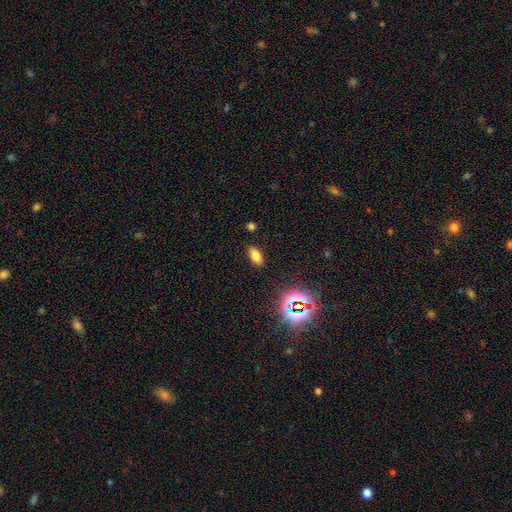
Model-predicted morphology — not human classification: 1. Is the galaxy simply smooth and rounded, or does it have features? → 74% smooth, 17% star or artifact, 9% featured or disk.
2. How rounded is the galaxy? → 86% in between, 9% cigar-shaped, 5% round.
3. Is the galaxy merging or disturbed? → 87% none, 9% minor disturbance, 3% major disturbance, 2% merger.